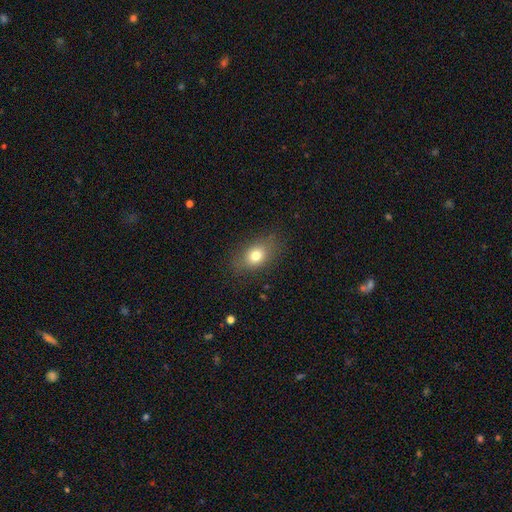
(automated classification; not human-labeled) smooth_or_featured: smooth (p=0.76) [alt: featured or disk p=0.13]
how_rounded: in between (p=0.75) [alt: round p=0.22]
merging: none (p=0.80) [alt: minor disturbance p=0.14]